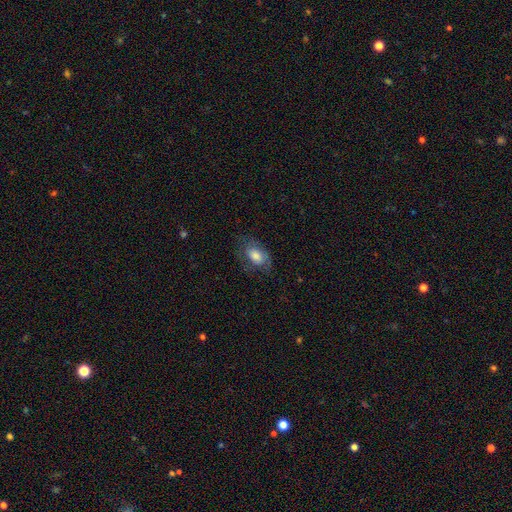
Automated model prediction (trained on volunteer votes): The model was most divided on "smooth or featured": smooth: 56%, featured or disk: 35%, star or artifact: 8%. More confident: how rounded — in between (87%); merging — none (61%).